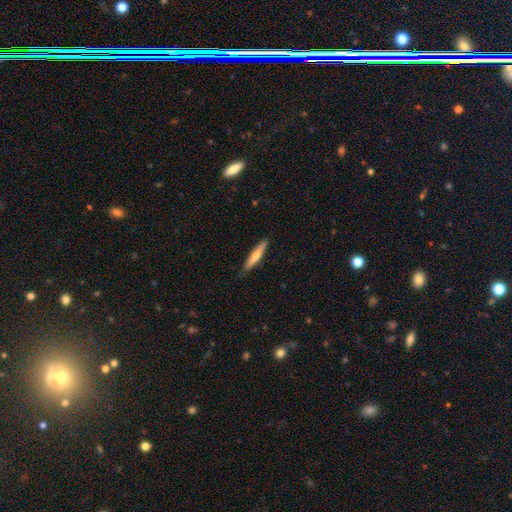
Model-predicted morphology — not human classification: smooth 57%, featured or disk 38%, star or artifact 5%. Down the decision tree: how rounded — cigar-shaped (90%); merging — none (89%).